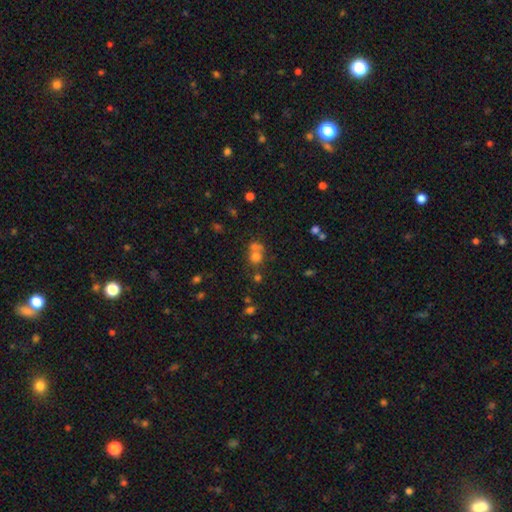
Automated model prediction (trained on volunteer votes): Overall: smooth (60%; star or artifact 25%). How rounded: round (81%). Merging: merger (45%; none 43%).